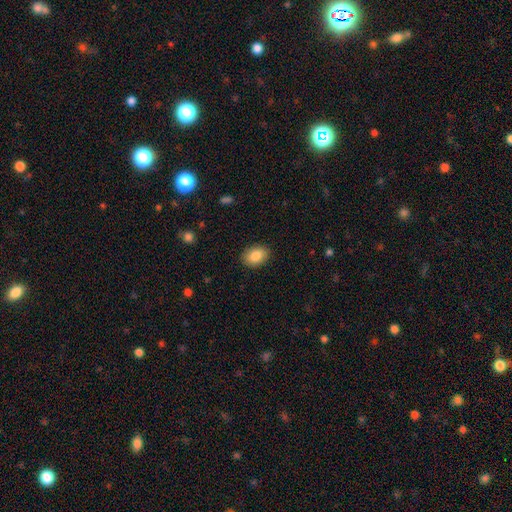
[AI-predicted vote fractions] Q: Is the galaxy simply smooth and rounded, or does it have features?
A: smooth — 86%.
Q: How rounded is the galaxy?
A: in between — 79%.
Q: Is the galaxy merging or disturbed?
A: none — 88%.